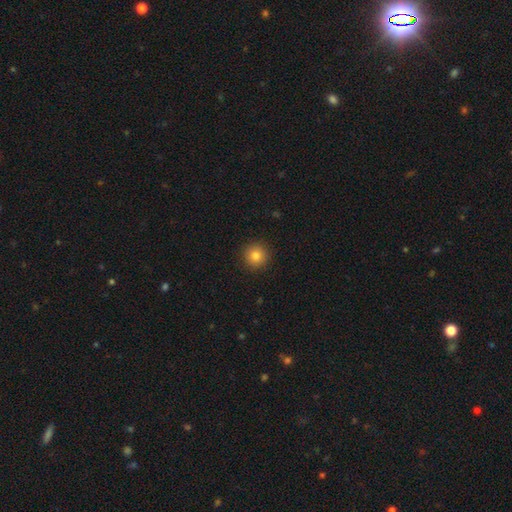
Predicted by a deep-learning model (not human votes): Morphology: type=smooth (82%); roundness=round (95%); merging=none (92%).